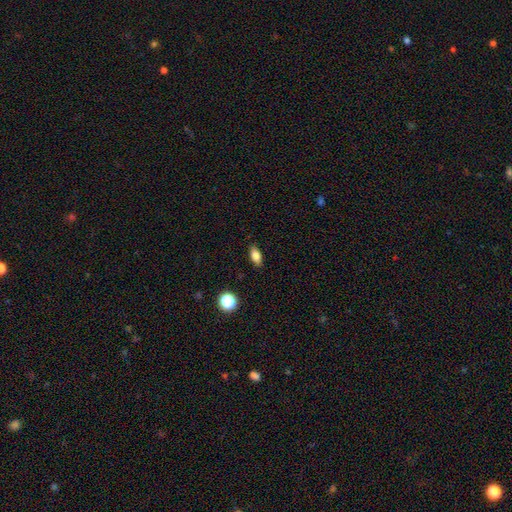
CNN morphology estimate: Smooth or featured?
  - smooth: 81% *
  - star or artifact: 9%
  - featured or disk: 9%
How rounded?
  - in between: 85% *
  - cigar-shaped: 9%
  - round: 6%
Merging?
  - none: 88% *
  - minor disturbance: 9%
  - major disturbance: 2%
  - merger: 1%